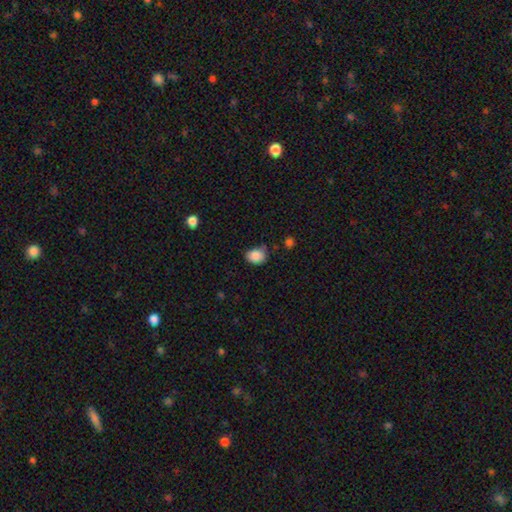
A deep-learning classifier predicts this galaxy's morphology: type=smooth (86%); roundness=in between (53%); merging=none (63%).